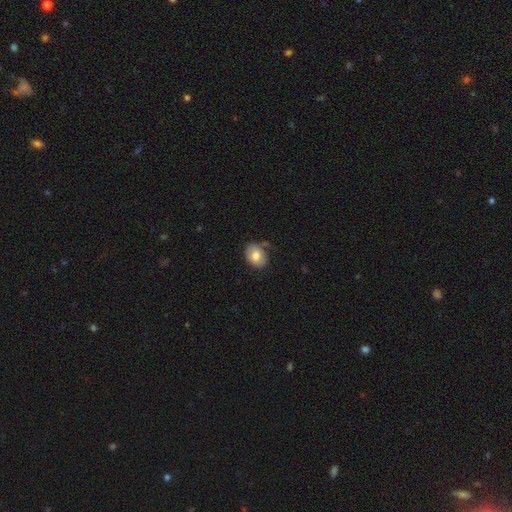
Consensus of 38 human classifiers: Smooth or featured? 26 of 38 (68%) said smooth. How rounded? 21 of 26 (81%) said in between. Merging? 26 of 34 (76%) said none.